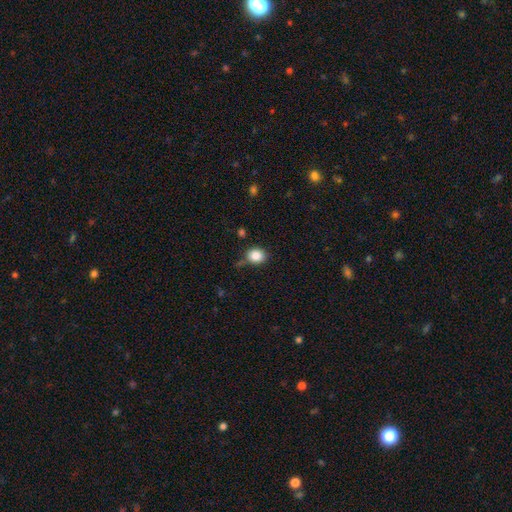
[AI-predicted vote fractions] Overall: smooth (86%). How rounded: round (68%; in between 31%). Merging: none (75%).